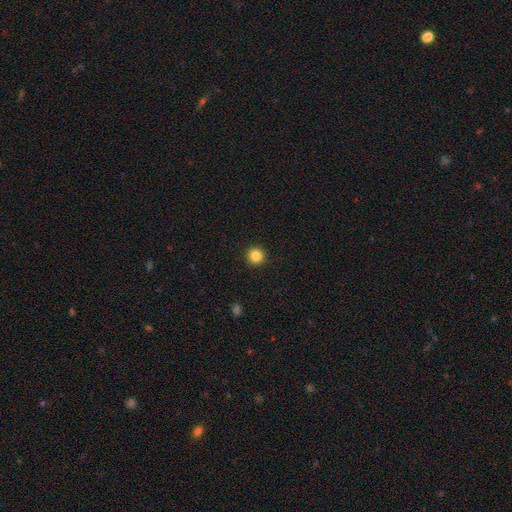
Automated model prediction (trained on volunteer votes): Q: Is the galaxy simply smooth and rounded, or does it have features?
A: smooth — 85%.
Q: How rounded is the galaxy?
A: round — 95%.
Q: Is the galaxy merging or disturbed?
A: none — 93%.